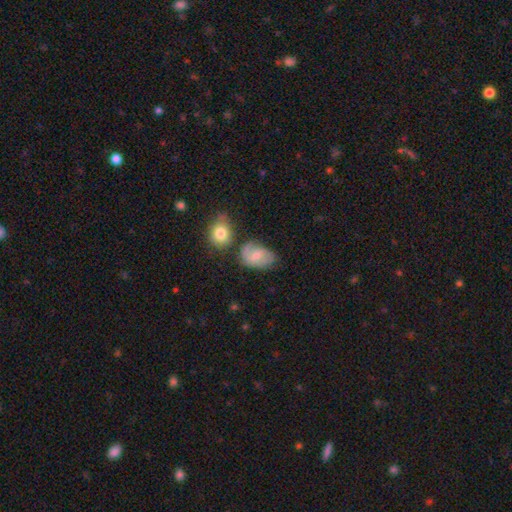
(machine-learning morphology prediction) type=smooth (49%); merging=none (44%).